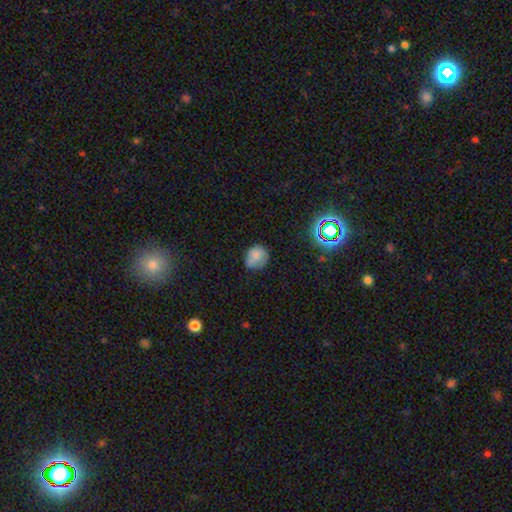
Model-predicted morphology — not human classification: Smooth or featured? Predicted: smooth (p=0.71). How rounded? Predicted: round (p=0.76). Merging? Predicted: none (p=0.56).